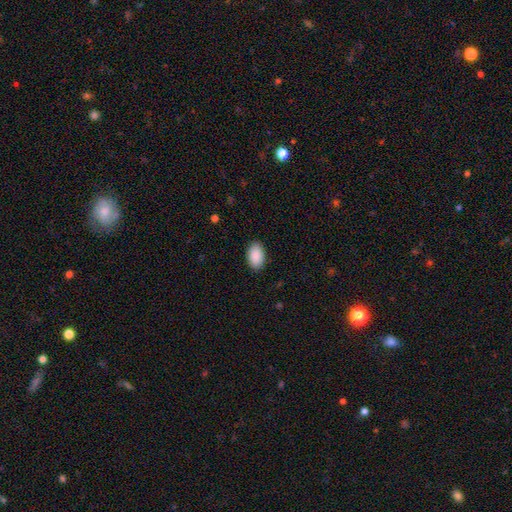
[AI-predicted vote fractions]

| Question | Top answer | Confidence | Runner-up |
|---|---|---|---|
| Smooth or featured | smooth | 90% | star or artifact (6%) |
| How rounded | in between | 93% | round (5%) |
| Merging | none | 89% | minor disturbance (8%) |